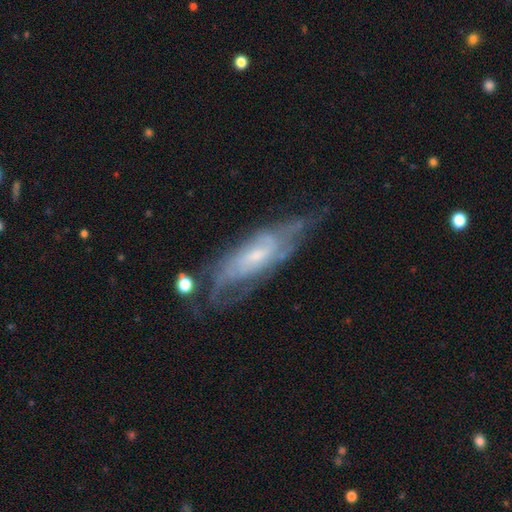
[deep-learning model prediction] A featured or disk galaxy (77%) with no bar (54%), tight (47%) spiral arms (86%) and a small central bulge (59%).

Vote fractions:
- Smooth or featured? featured or disk: 77% / smooth: 16% / star or artifact: 7%
- Edge-on disk? no: 81% / yes: 19%
- Bar? no: 54% / weak: 38% / strong: 8%
- Spiral arms? yes: 86% / no: 14%
- Spiral winding? tight: 47% / medium: 38% / loose: 15%
- Spiral arm count? can't tell: 54% / 2: 24% / 3: 9% / 4: 5% / 1: 4% / more than 4: 3%
- Bulge size? small: 59% / moderate: 30% / none: 7% / large: 3% / dominant: 1%
- Merging? none: 54% / minor disturbance: 25% / major disturbance: 16% / merger: 4%